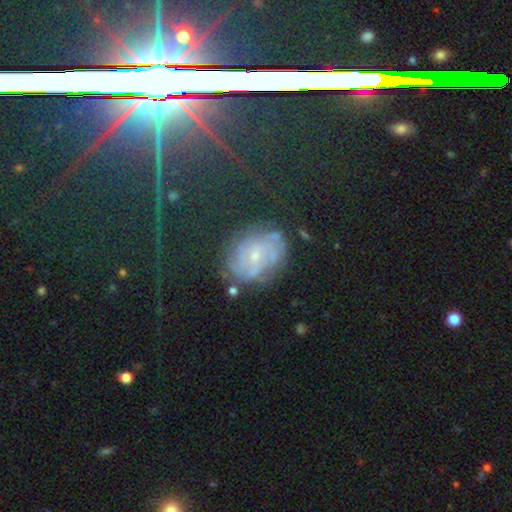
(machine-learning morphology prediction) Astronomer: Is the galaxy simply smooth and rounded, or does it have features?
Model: featured or disk — 61%.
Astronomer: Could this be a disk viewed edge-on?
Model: no — 96%.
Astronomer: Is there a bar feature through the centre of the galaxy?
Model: no — 73%.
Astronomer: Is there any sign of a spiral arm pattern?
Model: yes — 80%.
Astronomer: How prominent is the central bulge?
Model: small — 74%.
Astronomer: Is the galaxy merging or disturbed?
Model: none — 72%.